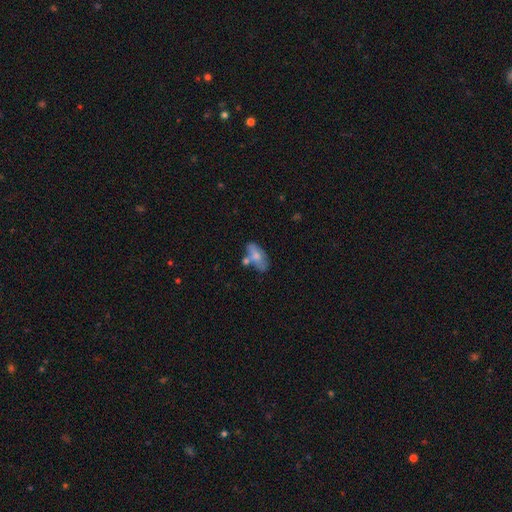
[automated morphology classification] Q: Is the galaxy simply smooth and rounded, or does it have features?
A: smooth — 63%.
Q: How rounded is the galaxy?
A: in between — 87%.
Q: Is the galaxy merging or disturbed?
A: none — 42%.